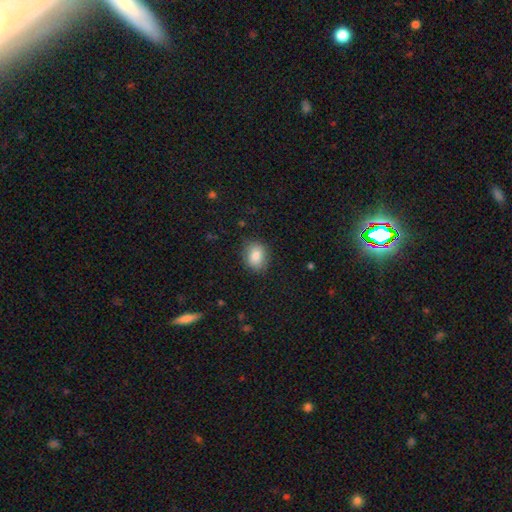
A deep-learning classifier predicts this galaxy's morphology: Overall: smooth (85%). How rounded: in between (54%; round 45%). Merging: none (81%).